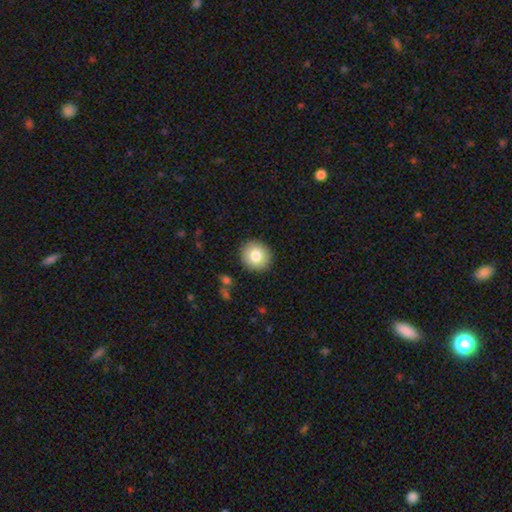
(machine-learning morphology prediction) Smooth or featured? Predicted: smooth (p=0.80). How rounded? Predicted: round (p=0.88). Merging? Predicted: none (p=0.91).